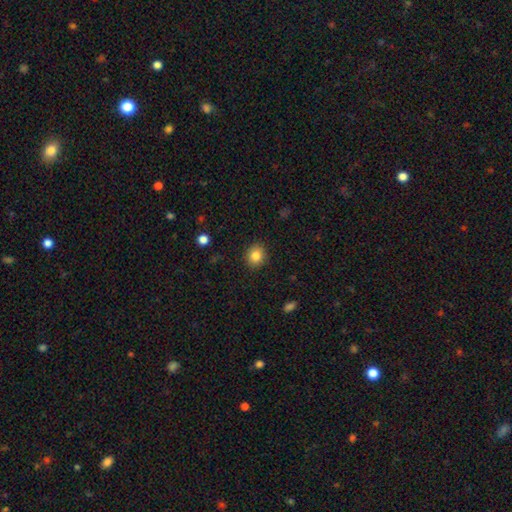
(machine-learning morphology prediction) This is clearly a smooth galaxy (84%). How rounded: likely round (71%). Merging: clearly none (90%).